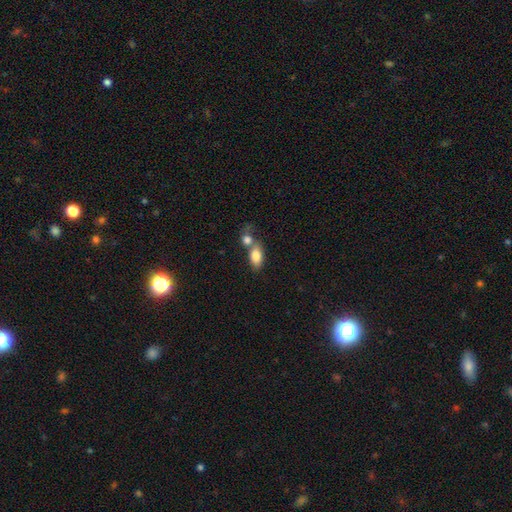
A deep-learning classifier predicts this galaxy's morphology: Smooth or featured? smooth (81%)
How rounded? in between (86%)
Merging? merger (49%)